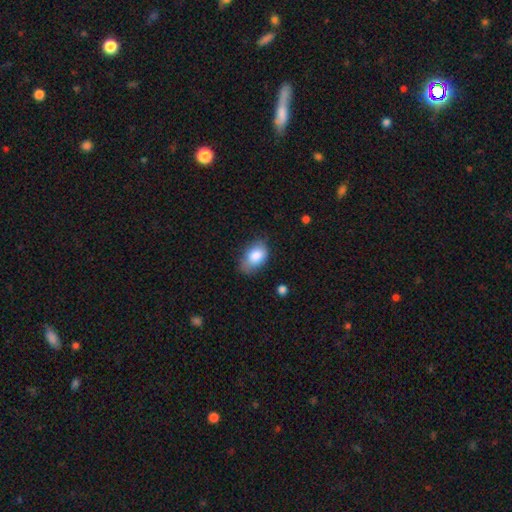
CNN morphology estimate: Overall: smooth (84%). How rounded: in between (88%). Merging: none (60%; minor disturbance 30%).